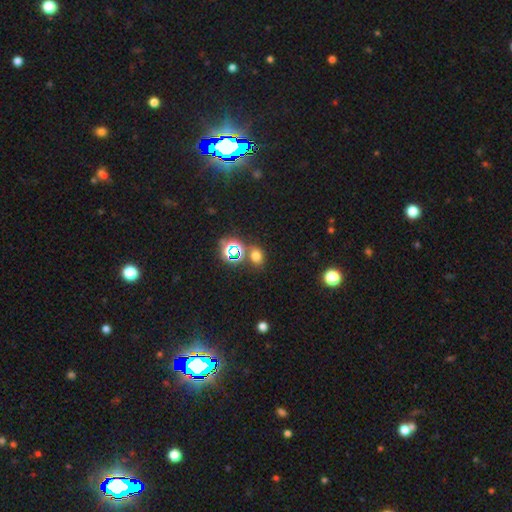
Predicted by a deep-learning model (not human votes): Smooth or featured?
  - smooth: 63% *
  - star or artifact: 30%
  - featured or disk: 7%
How rounded?
  - in between: 50% *
  - round: 49%
  - cigar-shaped: 1%
Merging?
  - none: 73% *
  - merger: 13%
  - minor disturbance: 11%
  - major disturbance: 4%